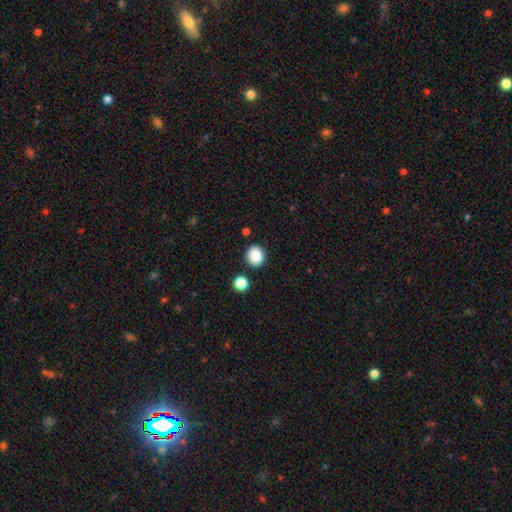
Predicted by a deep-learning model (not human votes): smooth 87%, star or artifact 10%, featured or disk 4%. Down the decision tree: how rounded — round (85%); merging — none (86%).